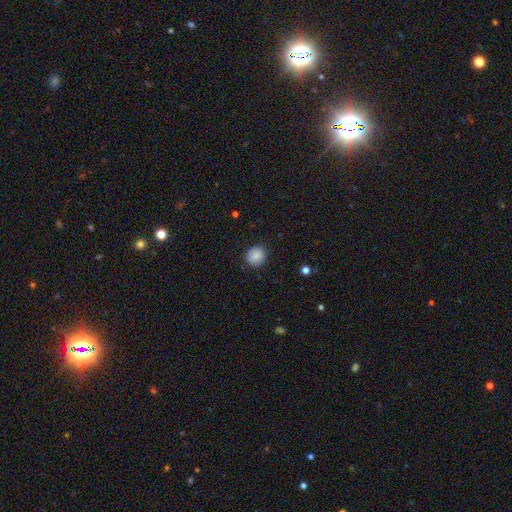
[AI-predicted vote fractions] A smooth galaxy with no disk features (85%) that is round (86%). Merging: none (88%).